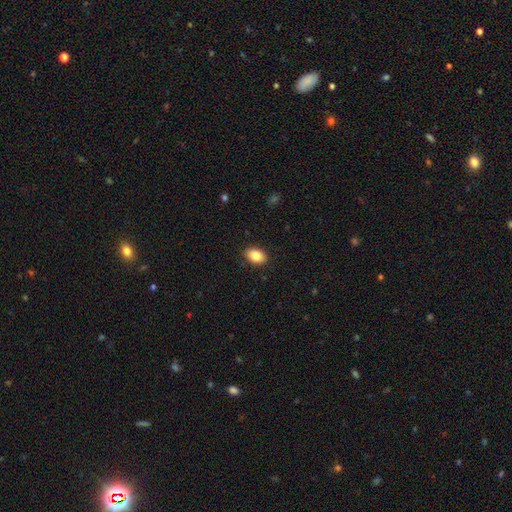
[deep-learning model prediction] smooth_or_featured: smooth (p=0.86) [alt: star or artifact p=0.08]
how_rounded: in between (p=0.84) [alt: round p=0.15]
merging: none (p=0.89) [alt: minor disturbance p=0.08]